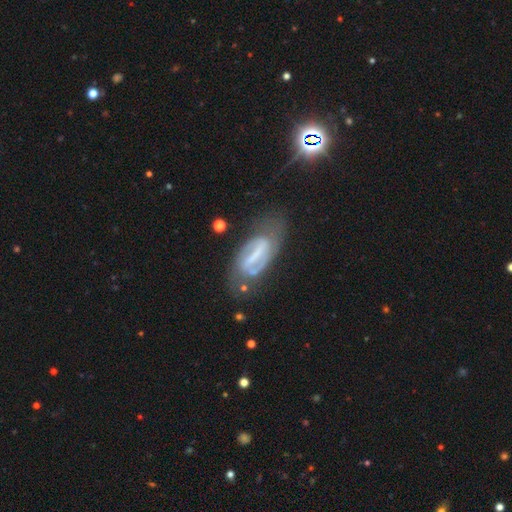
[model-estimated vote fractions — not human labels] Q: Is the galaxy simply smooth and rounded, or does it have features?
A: featured or disk — 75%.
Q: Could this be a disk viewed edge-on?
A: no — 89%.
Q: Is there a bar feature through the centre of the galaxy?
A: strong — 66%.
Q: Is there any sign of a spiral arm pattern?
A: yes — 75%.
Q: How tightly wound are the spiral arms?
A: medium — 40%.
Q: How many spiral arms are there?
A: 2 — 71%.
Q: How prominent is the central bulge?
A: none — 46%.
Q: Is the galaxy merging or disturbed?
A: none — 57%.